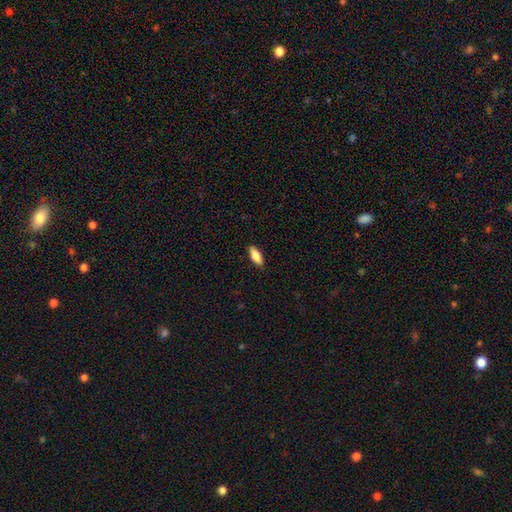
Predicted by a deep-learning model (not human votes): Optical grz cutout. It shows a smooth galaxy with no disk features (82%) that is in between round and cigar-shaped (75%). Merging: none (87%).